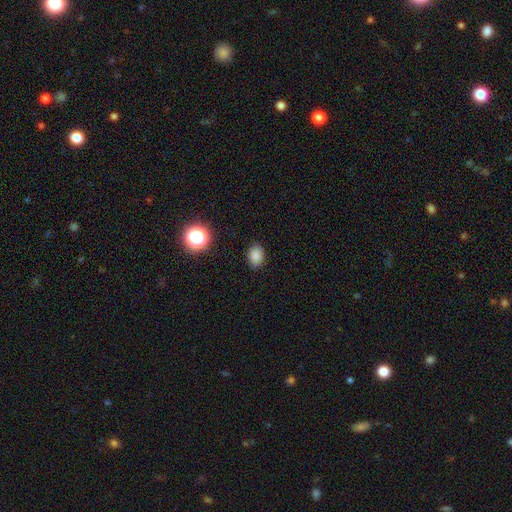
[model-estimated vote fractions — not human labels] Smooth or featured? smooth (84%)
How rounded? in between (74%)
Merging? none (87%)